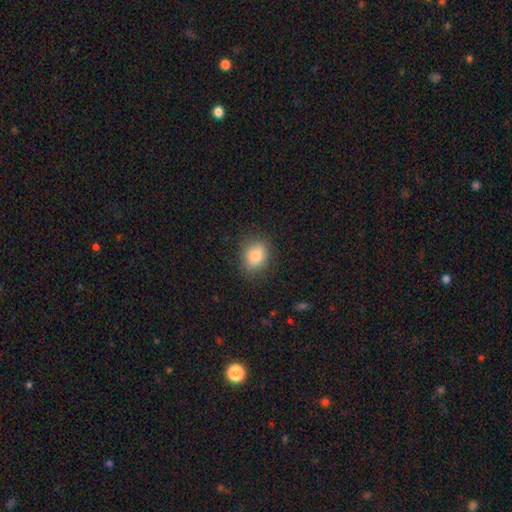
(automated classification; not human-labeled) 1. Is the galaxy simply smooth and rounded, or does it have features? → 82% smooth, 9% star or artifact, 8% featured or disk.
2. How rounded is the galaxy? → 52% in between, 46% round, 1% cigar-shaped.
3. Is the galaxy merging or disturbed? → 81% none, 14% minor disturbance, 4% major disturbance, 1% merger.